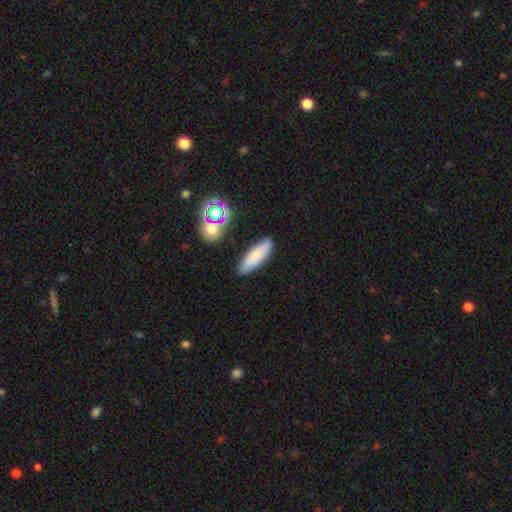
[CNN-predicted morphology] The model was most divided on "how rounded": in between: 50%, cigar-shaped: 48%, round: 2%. More confident: merging — none (85%); smooth or featured — smooth (76%).